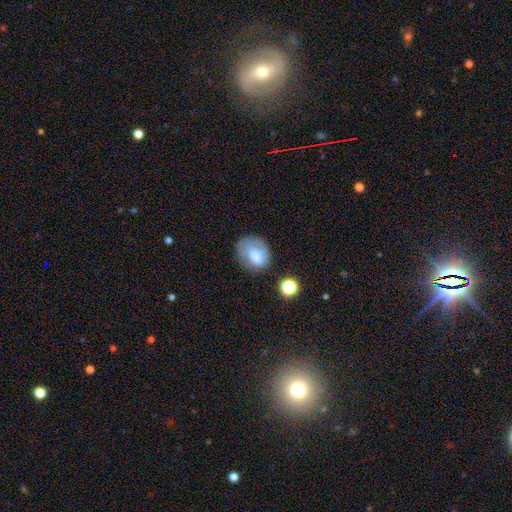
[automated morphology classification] Q: Smooth or featured?
A: smooth (64%); runner-up: featured or disk (26%)
Q: How rounded?
A: in between (57%); runner-up: round (42%)
Q: Merging?
A: none (48%); runner-up: minor disturbance (27%)